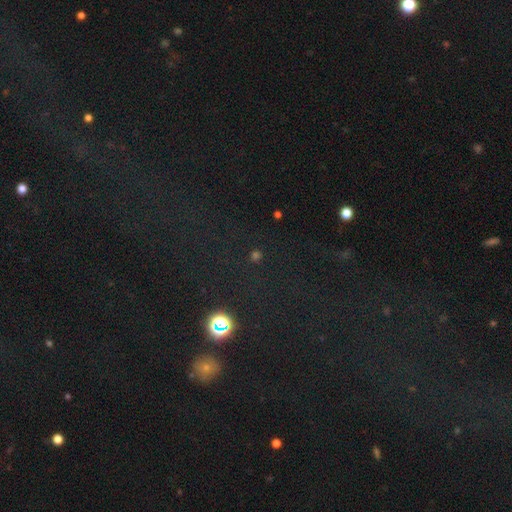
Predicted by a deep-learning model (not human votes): Smooth or featured? star or artifact (60%)